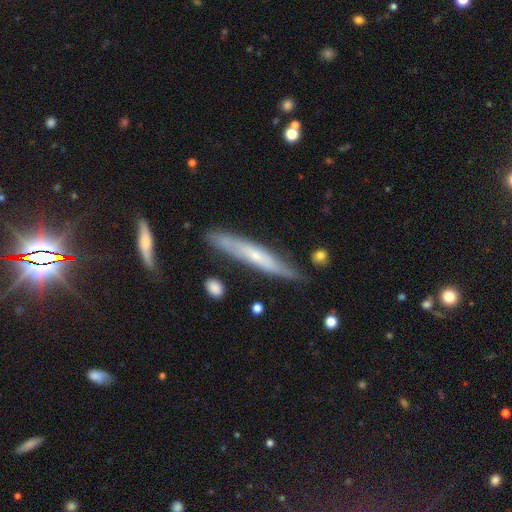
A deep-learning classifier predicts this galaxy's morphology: The model was most divided on "smooth or featured": featured or disk: 58%, smooth: 36%, star or artifact: 6%. More confident: edge-on disk — yes (80%); merging — none (77%).